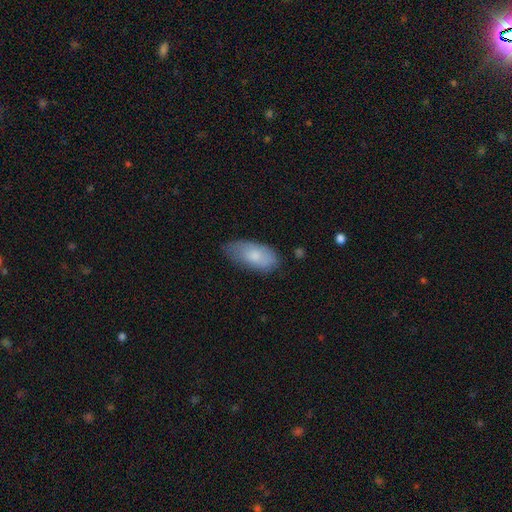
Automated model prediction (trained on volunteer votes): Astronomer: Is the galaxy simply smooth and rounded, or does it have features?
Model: smooth — 77%.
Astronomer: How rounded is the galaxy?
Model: in between — 91%.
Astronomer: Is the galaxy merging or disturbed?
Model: none — 61%.